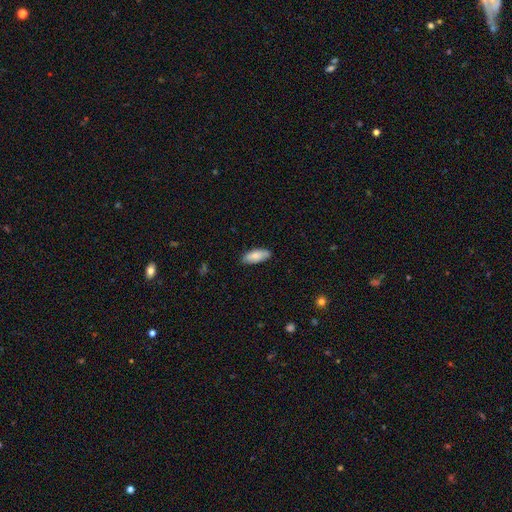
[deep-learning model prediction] Smooth or featured? Predicted: smooth (p=0.81). How rounded? Predicted: in between (p=0.80). Merging? Predicted: none (p=0.83).